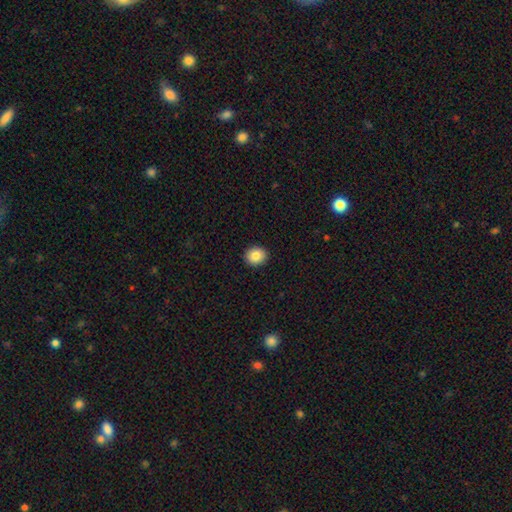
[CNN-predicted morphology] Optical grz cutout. It shows a smooth galaxy with no disk features (84%) that is round (78%). Merging: none (92%).